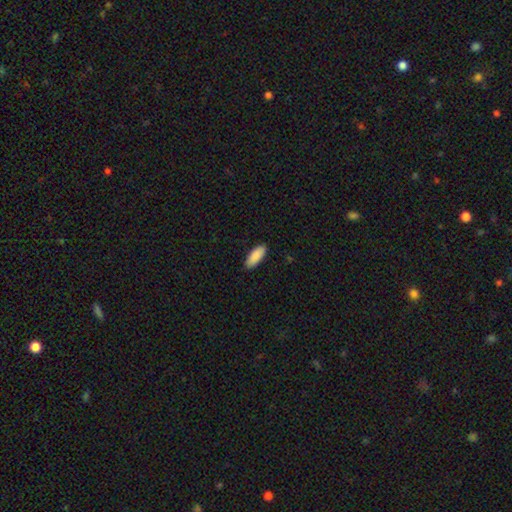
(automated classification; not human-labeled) Smooth or featured? smooth (91%)
How rounded? in between (75%)
Merging? none (89%)